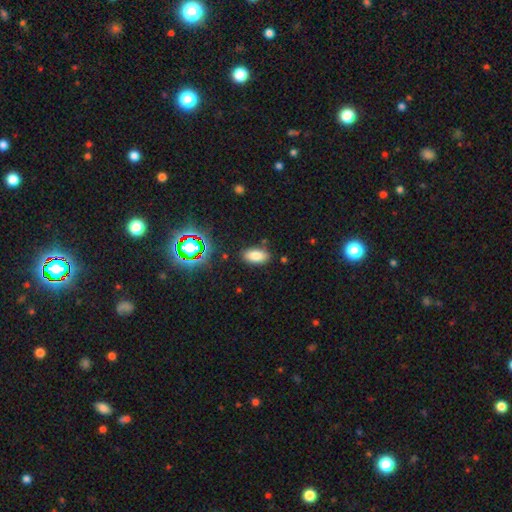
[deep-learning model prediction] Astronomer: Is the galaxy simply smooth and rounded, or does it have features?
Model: smooth — 79%.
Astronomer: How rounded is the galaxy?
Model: in between — 90%.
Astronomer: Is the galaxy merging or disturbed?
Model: none — 84%.